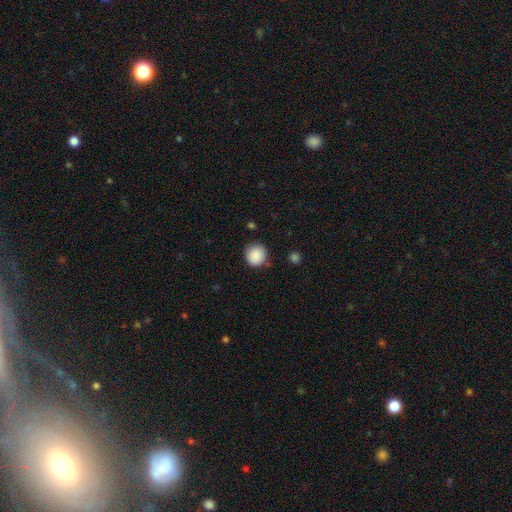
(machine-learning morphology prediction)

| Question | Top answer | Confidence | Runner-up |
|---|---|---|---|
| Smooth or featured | smooth | 88% | star or artifact (8%) |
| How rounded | round | 92% | in between (7%) |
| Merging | none | 83% | minor disturbance (12%) |